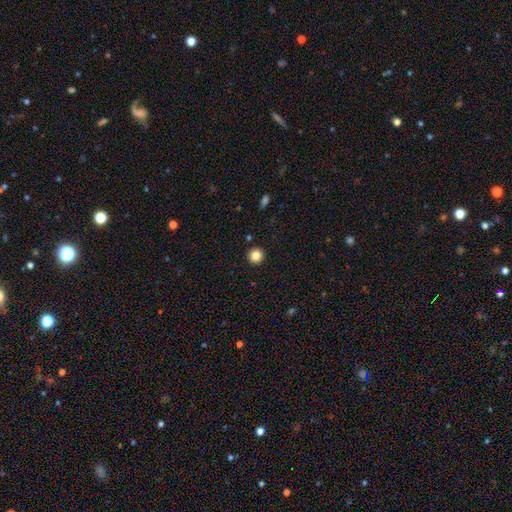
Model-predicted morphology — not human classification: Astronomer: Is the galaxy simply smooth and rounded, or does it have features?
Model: smooth — 84%.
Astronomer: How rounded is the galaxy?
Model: round — 96%.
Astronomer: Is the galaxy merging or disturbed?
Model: none — 93%.